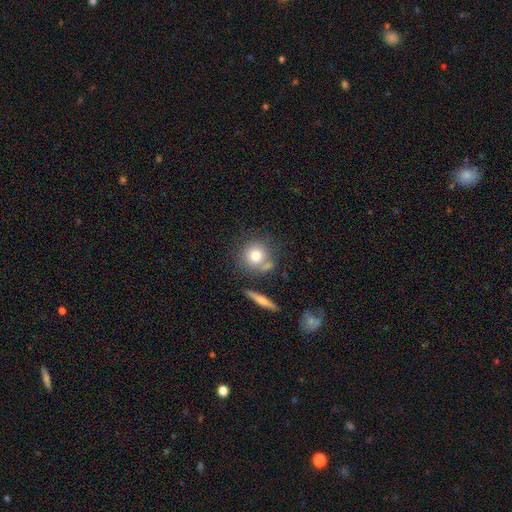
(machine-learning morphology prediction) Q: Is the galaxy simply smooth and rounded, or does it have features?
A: smooth — 76%.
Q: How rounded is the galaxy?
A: round — 87%.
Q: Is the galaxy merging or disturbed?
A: none — 64%.